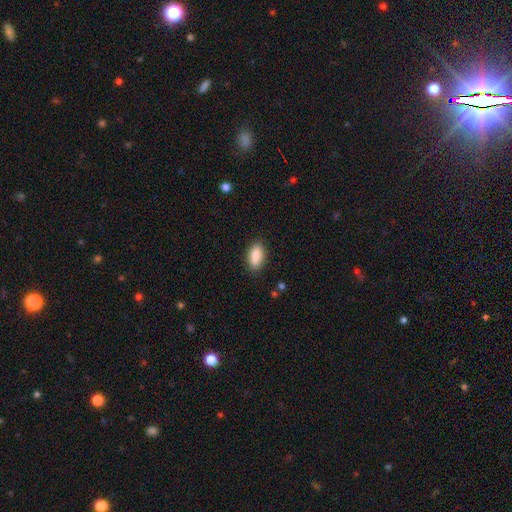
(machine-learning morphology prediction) Smooth or featured? smooth (89%)
How rounded? in between (90%)
Merging? none (87%)